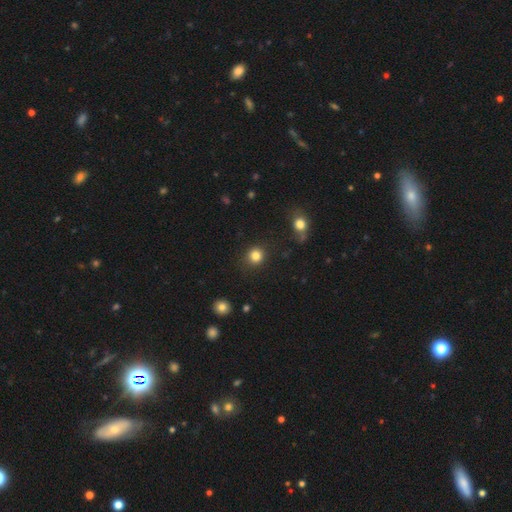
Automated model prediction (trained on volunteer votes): Smooth or featured? Predicted: smooth (p=0.84). How rounded? Predicted: round (p=0.90). Merging? Predicted: none (p=0.88).